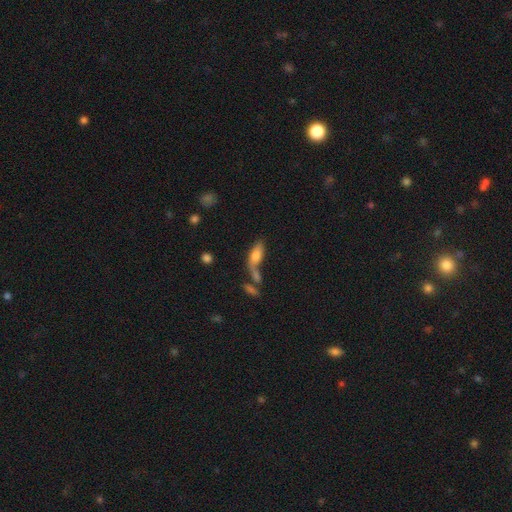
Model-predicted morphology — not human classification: smooth_or_featured: smooth (p=0.72) [alt: featured or disk p=0.19]
how_rounded: in between (p=0.76) [alt: cigar-shaped p=0.21]
merging: merger (p=0.40) [alt: none p=0.36]